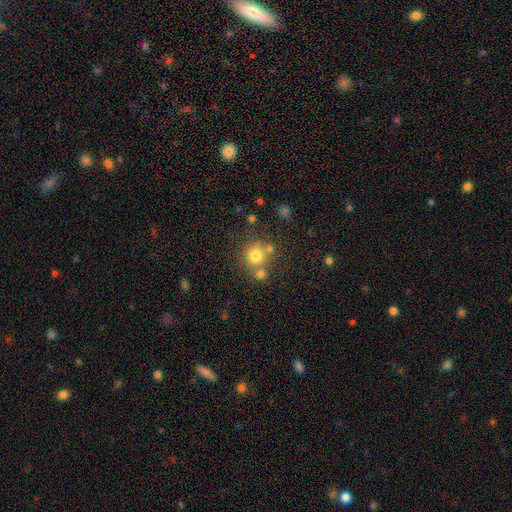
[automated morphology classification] This appears to be a smooth galaxy with no disk features (75%) that is round (91%). Merging: none (63%).